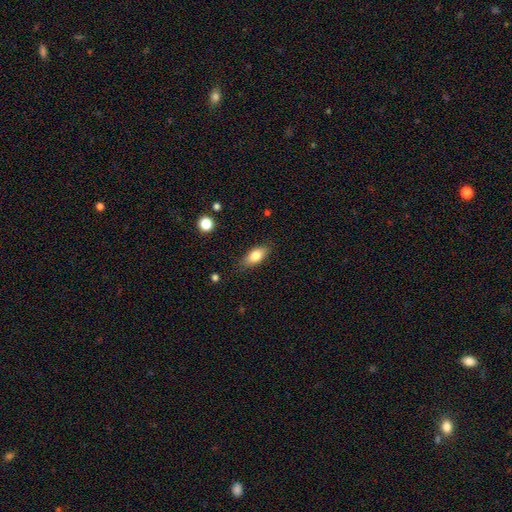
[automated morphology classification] This is clearly a smooth galaxy (80%). How rounded: clearly in between (85%). Merging: clearly none (82%).